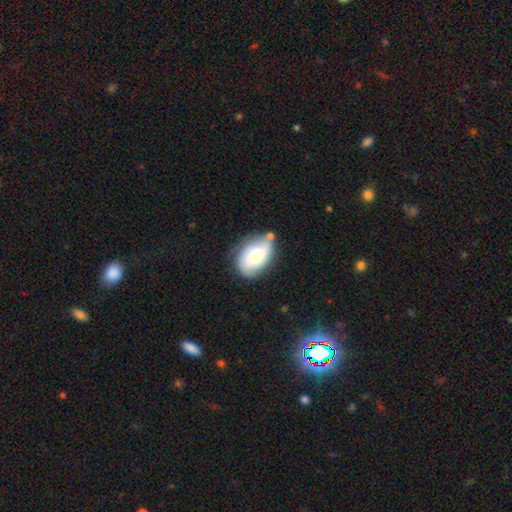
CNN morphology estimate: type=smooth (59%); roundness=in between (88%); merging=none (60%).